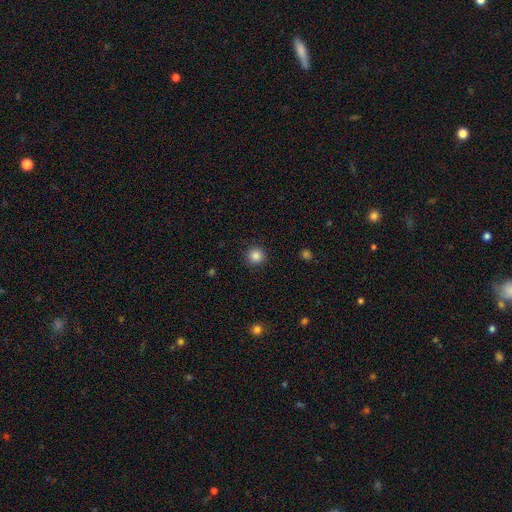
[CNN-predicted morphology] Smooth or featured: smooth — 85% (star or artifact — 11%)
How rounded: round — 95% (in between — 4%)
Merging: none — 92% (minor disturbance — 5%)